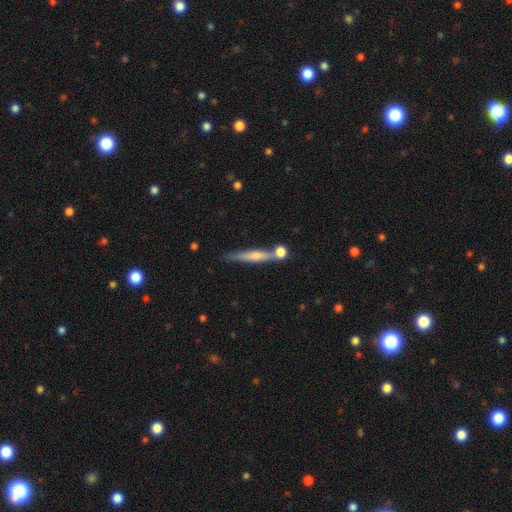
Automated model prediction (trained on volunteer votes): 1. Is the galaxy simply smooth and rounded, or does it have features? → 51% smooth, 43% featured or disk, 7% star or artifact.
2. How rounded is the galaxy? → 90% cigar-shaped, 7% in between, 3% round.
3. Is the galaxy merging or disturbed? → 65% none, 18% merger, 13% minor disturbance, 4% major disturbance.